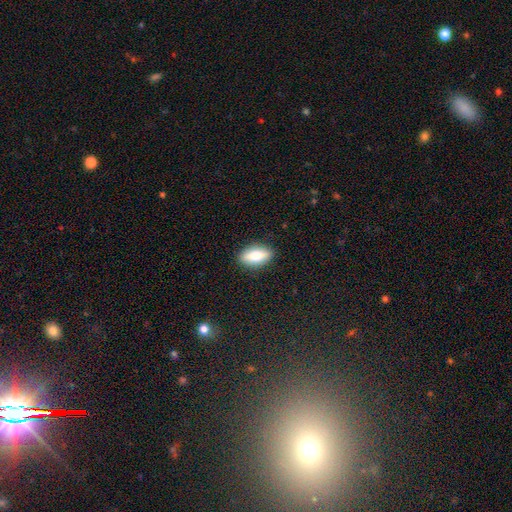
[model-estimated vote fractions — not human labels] Q: Smooth or featured?
A: smooth (72%); runner-up: featured or disk (22%)
Q: How rounded?
A: in between (78%); runner-up: cigar-shaped (18%)
Q: Merging?
A: none (88%); runner-up: minor disturbance (8%)